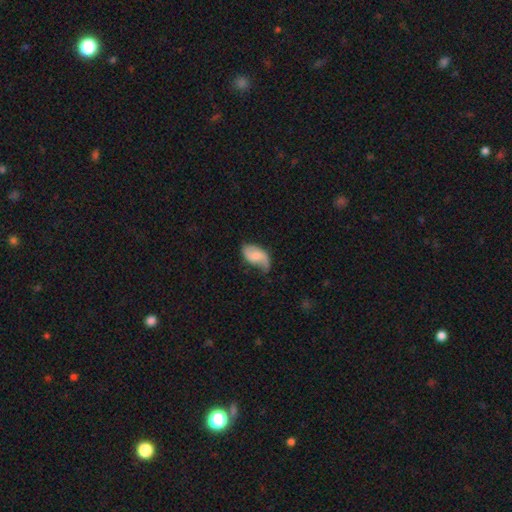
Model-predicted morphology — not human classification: A featured or disk galaxy (53%) with no bar (52%), spiral arms (88%) and a moderate central bulge (40%).

Vote fractions:
- Smooth or featured? featured or disk: 53% / smooth: 41% / star or artifact: 6%
- Edge-on disk? no: 96% / yes: 4%
- Bar? no: 52% / weak: 40% / strong: 9%
- Spiral arms? yes: 88% / no: 12%
- Bulge size? moderate: 40% / small: 38% / none: 15% / large: 6% / dominant: 2%
- Merging? none: 49% / minor disturbance: 34% / major disturbance: 15% / merger: 2%